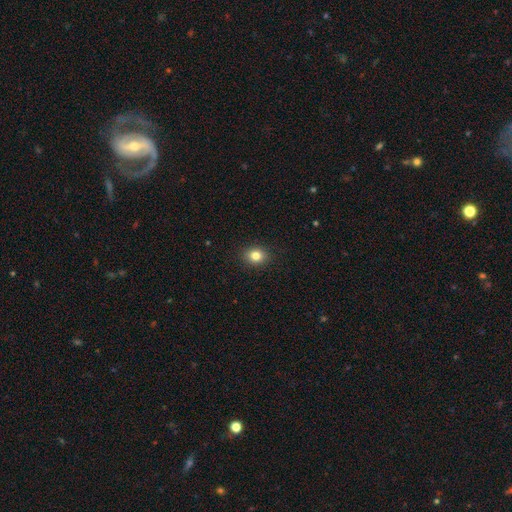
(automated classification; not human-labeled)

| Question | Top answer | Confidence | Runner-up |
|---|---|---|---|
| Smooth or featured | smooth | 82% | star or artifact (11%) |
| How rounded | round | 64% | in between (35%) |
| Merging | none | 91% | minor disturbance (6%) |